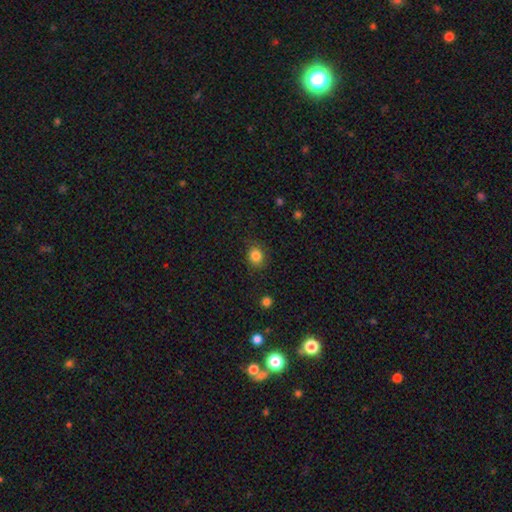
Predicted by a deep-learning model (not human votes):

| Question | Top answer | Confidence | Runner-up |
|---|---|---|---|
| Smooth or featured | smooth | 83% | star or artifact (11%) |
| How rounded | round | 70% | in between (29%) |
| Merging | none | 80% | minor disturbance (15%) |